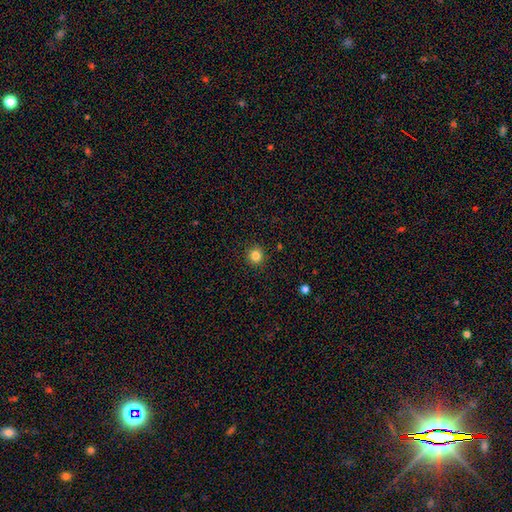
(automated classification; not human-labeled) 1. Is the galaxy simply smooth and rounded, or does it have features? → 84% smooth, 12% star or artifact, 4% featured or disk.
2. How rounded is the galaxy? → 92% round, 7% in between, 1% cigar-shaped.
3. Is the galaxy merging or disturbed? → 92% none, 6% minor disturbance, 2% major disturbance, 1% merger.